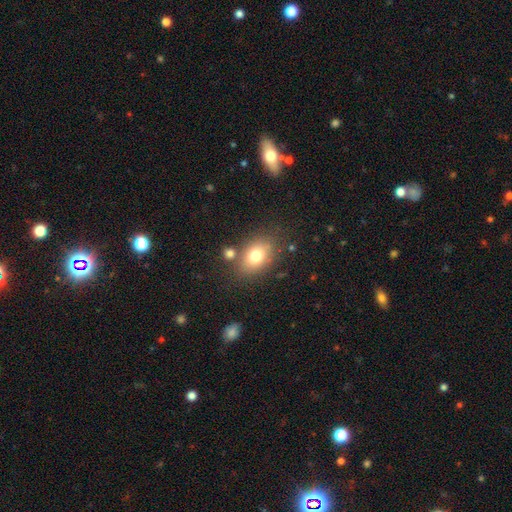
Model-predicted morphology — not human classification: smooth-or-featured: smooth: 77% | featured or disk: 13% | star or artifact: 10%
  how-rounded: in between: 77% | round: 21% | cigar-shaped: 1%
  merging: none: 73% | minor disturbance: 13% | merger: 9% | major disturbance: 5%